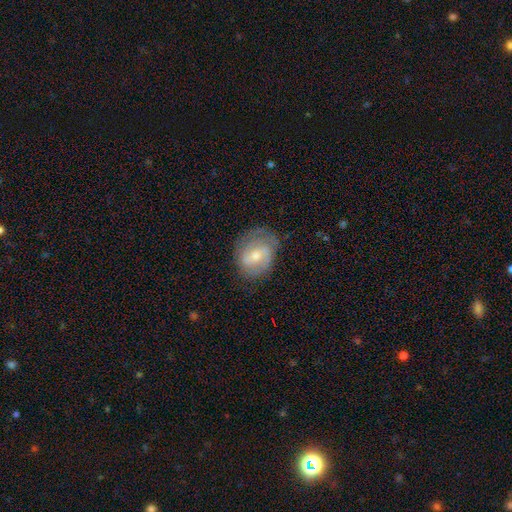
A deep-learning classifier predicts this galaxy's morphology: A featured or disk galaxy (57%) with a weak bar (48%), spiral arms (78%) and a moderate central bulge (51%).

Vote fractions:
- Smooth or featured? featured or disk: 57% / smooth: 36% / star or artifact: 7%
- Edge-on disk? no: 97% / yes: 3%
- Bar? weak: 48% / no: 38% / strong: 14%
- Spiral arms? yes: 78% / no: 22%
- Bulge size? moderate: 51% / small: 44% / large: 3% / none: 2% / dominant: 1%
- Merging? none: 67% / minor disturbance: 23% / major disturbance: 9% / merger: 1%